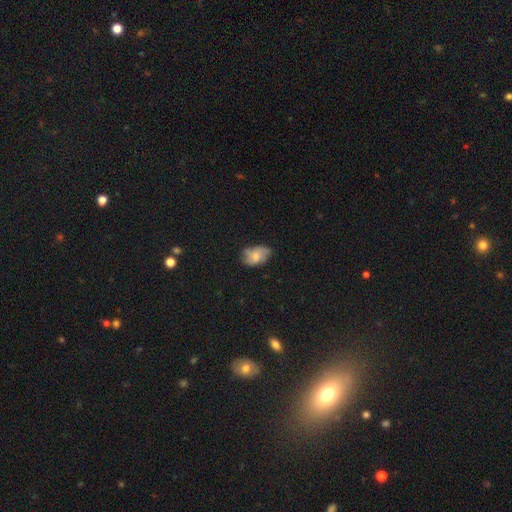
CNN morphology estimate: Overall: smooth (55%; featured or disk 36%). How rounded: in between (85%). Merging: none (60%; minor disturbance 30%).